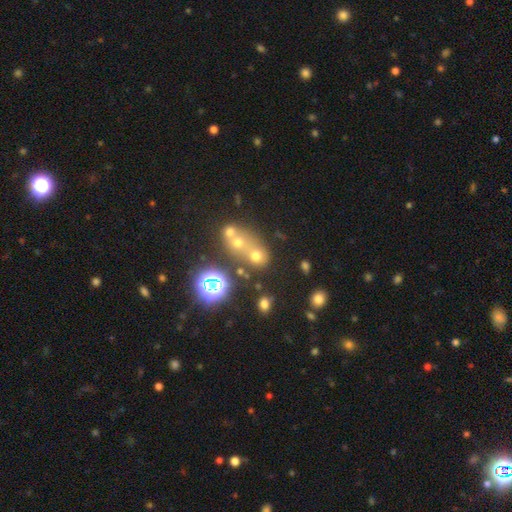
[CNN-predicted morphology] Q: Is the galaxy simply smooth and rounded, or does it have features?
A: smooth — 54%.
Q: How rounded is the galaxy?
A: round — 66%.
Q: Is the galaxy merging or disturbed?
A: merger — 46%.